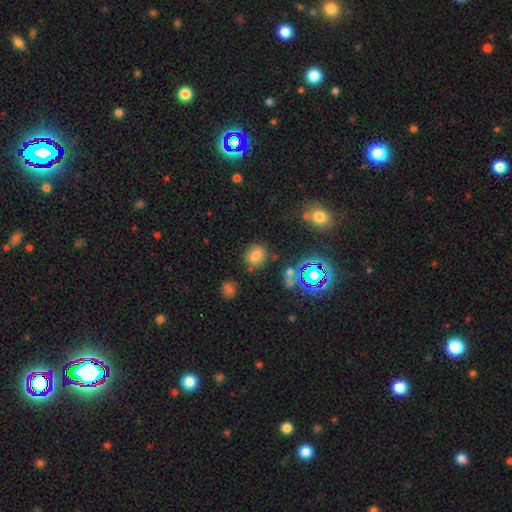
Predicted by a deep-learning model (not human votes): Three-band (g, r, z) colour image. It shows a smooth galaxy with no disk features (68%) that is round (73%). Merging: none (81%).